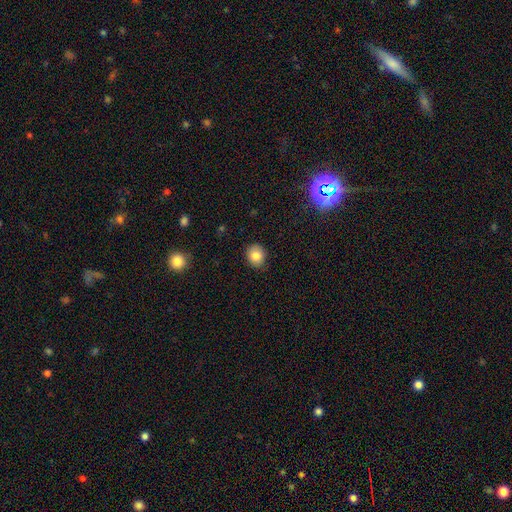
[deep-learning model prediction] This appears to be a smooth galaxy with no disk features (83%) that is round (68%). Merging: none (83%).